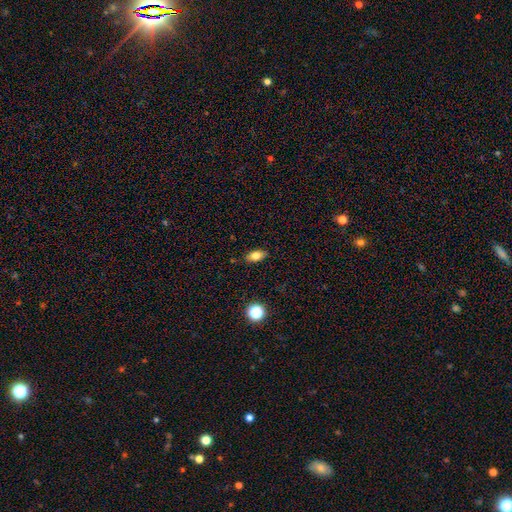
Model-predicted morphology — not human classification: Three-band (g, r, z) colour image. It shows a smooth galaxy with no disk features (80%) that is in between round and cigar-shaped (87%). Merging: none (87%).